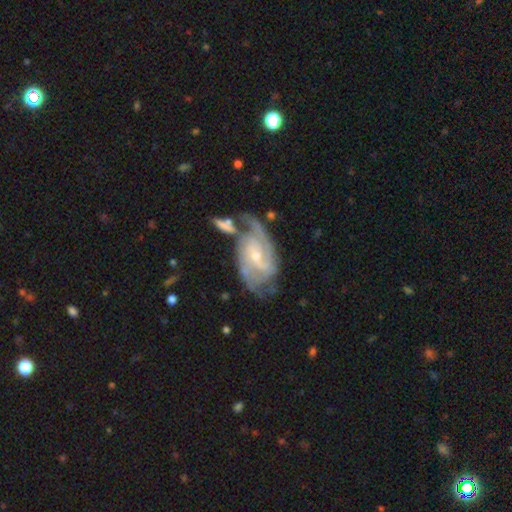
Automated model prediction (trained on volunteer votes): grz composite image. It shows a featured or disk galaxy (90%) with a weak bar (45%), 2 (58%) tight (49%) spiral arms (97%) and a small central bulge (65%). Merging: none (47%).